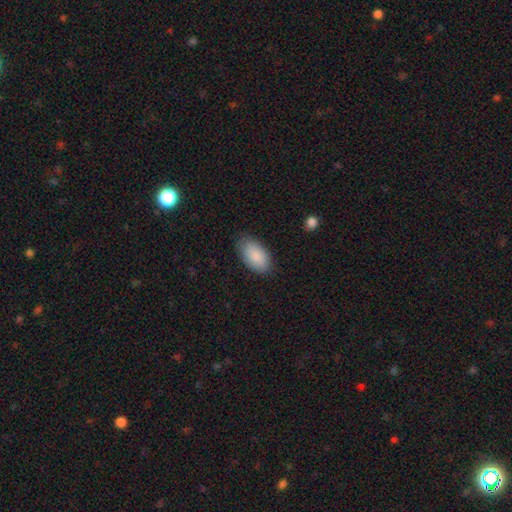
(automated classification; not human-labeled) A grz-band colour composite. It shows a smooth galaxy with no disk features (88%) that is in between round and cigar-shaped (95%). Merging: none (80%).